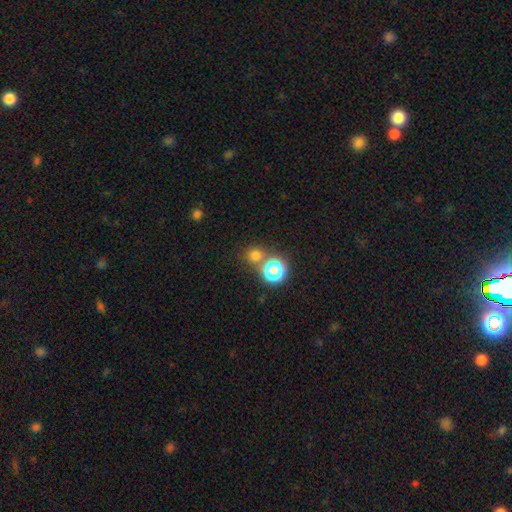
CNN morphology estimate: smooth_or_featured: smooth (p=0.70) [alt: star or artifact p=0.23]
how_rounded: round (p=0.85) [alt: in between p=0.14]
merging: none (p=0.61) [alt: merger p=0.28]